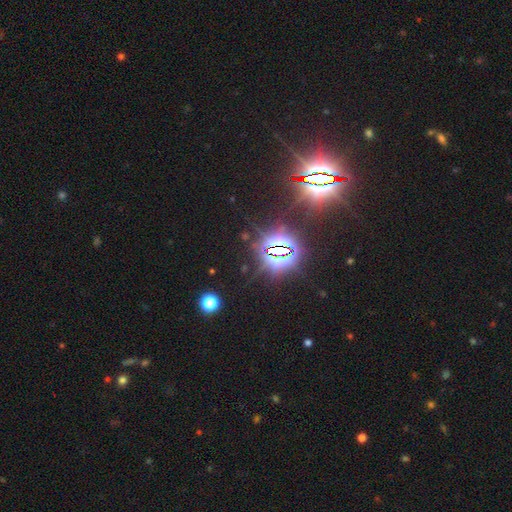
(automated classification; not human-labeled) A star or artifact, not a galaxy (85%).